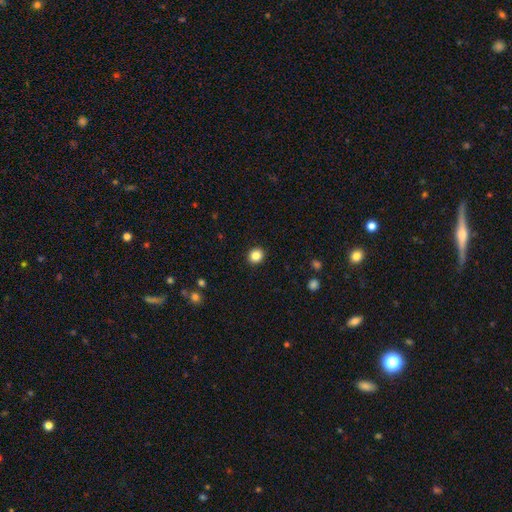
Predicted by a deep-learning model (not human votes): smooth-or-featured: smooth: 85% | star or artifact: 10% | featured or disk: 4%
  how-rounded: round: 81% | in between: 19% | cigar-shaped: 1%
  merging: none: 92% | minor disturbance: 5% | major disturbance: 2% | merger: 1%